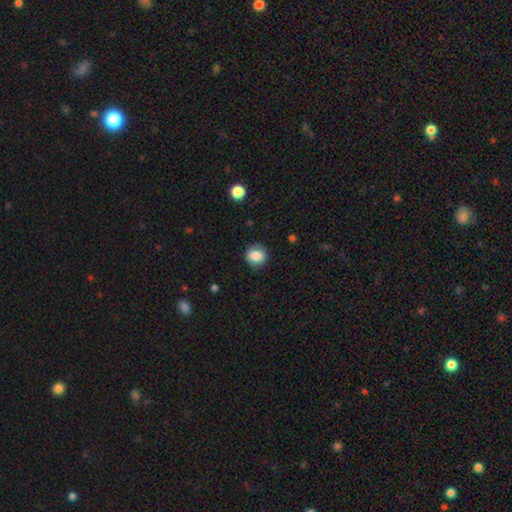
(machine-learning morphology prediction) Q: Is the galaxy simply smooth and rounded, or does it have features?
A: smooth — 82%.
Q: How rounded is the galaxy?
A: round — 82%.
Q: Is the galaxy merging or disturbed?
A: none — 81%.